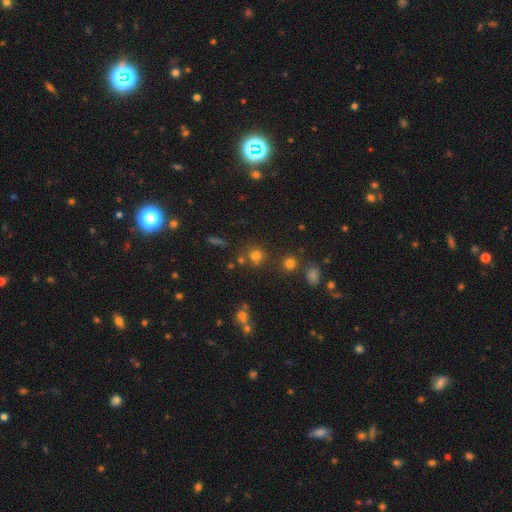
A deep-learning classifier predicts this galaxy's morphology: type=smooth (73%); roundness=round (89%); merging=none (73%).